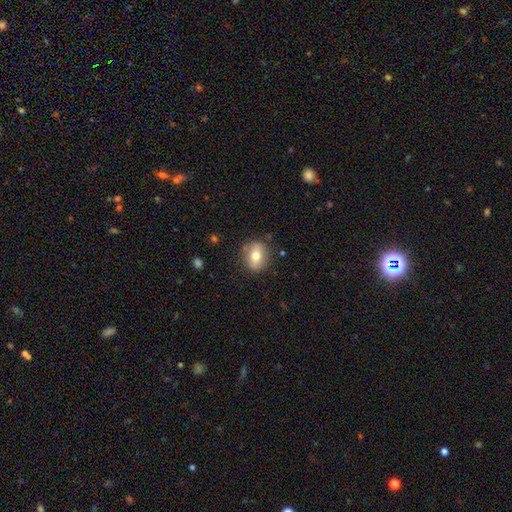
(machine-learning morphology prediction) This appears to be a smooth galaxy with no disk features (65%) that is in between round and cigar-shaped (49%, tied with round). Merging: none (84%).